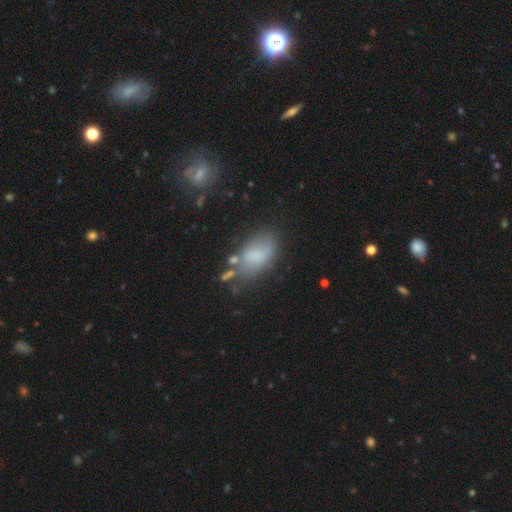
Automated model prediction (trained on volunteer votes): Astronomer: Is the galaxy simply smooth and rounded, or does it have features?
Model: smooth — 71%.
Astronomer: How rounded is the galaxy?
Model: in between — 90%.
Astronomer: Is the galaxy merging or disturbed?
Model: none — 53%.